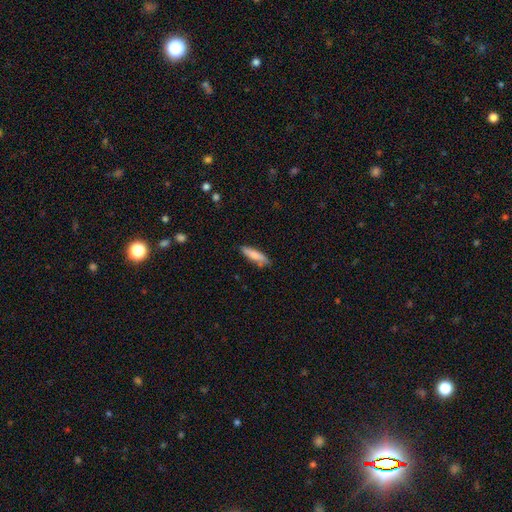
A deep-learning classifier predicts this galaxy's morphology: The model was most divided on "how rounded": cigar-shaped: 71%, in between: 28%, round: 2%. More confident: merging — none (79%); smooth or featured — smooth (78%).